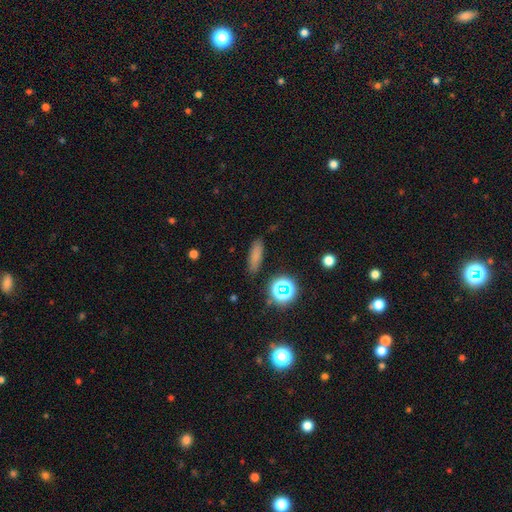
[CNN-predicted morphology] A smooth galaxy with no disk features (75%) that is cigar-shaped (55%). Merging: none (85%).